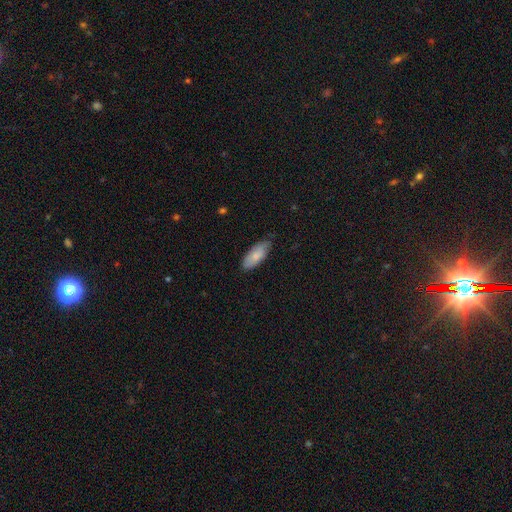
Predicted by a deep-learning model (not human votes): A smooth galaxy with no disk features (77%) that is in between round and cigar-shaped (83%). Merging: none (70%).